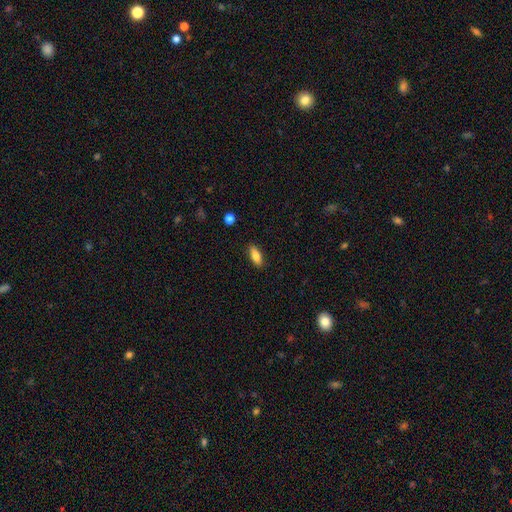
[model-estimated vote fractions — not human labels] A smooth galaxy with no disk features (81%) that is in between round and cigar-shaped (73%).

Vote fractions:
- Smooth or featured? smooth: 81% / featured or disk: 12% / star or artifact: 7%
- How rounded? in between: 73% / cigar-shaped: 25% / round: 3%
- Merging? none: 87% / minor disturbance: 10% / major disturbance: 2% / merger: 1%